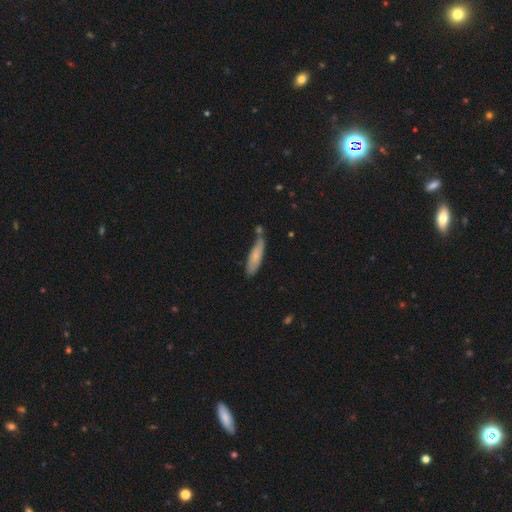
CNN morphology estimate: Overall: smooth (72%). How rounded: cigar-shaped (73%). Merging: none (63%).